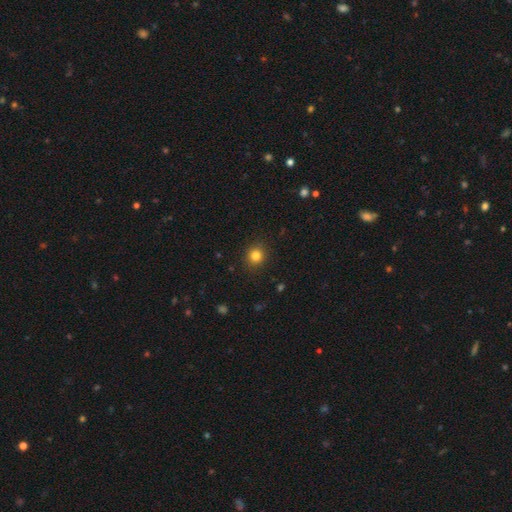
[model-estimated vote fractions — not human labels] Morphology: type=smooth (82%); roundness=round (88%); merging=none (90%).